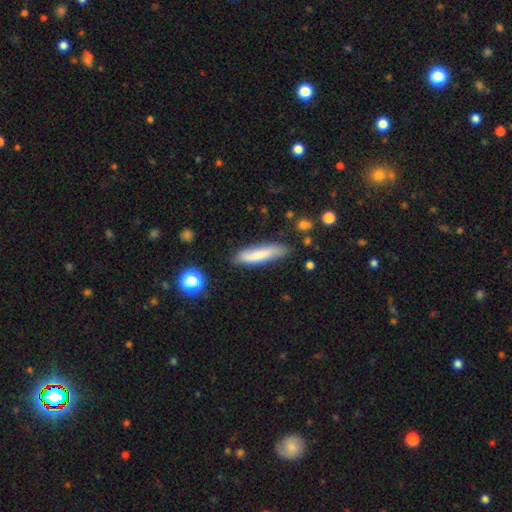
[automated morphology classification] Q: Smooth or featured?
A: smooth (76%); runner-up: featured or disk (17%)
Q: How rounded?
A: cigar-shaped (79%); runner-up: in between (20%)
Q: Merging?
A: none (81%); runner-up: minor disturbance (14%)